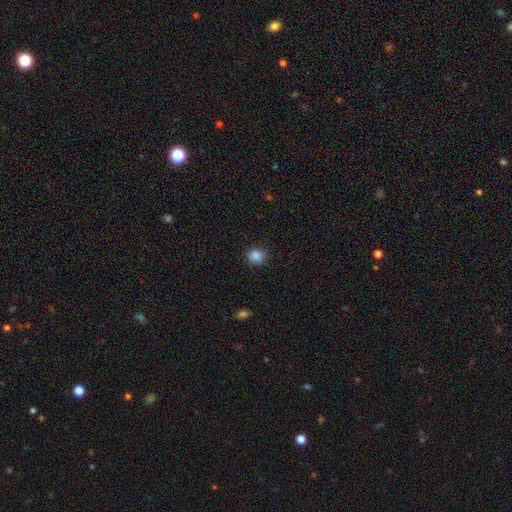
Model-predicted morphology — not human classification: A smooth galaxy with no disk features (86%) that is round (78%).

Vote fractions:
- Smooth or featured? smooth: 86% / star or artifact: 11% / featured or disk: 3%
- How rounded? round: 78% / in between: 21% / cigar-shaped: 1%
- Merging? none: 86% / minor disturbance: 10% / major disturbance: 3% / merger: 1%